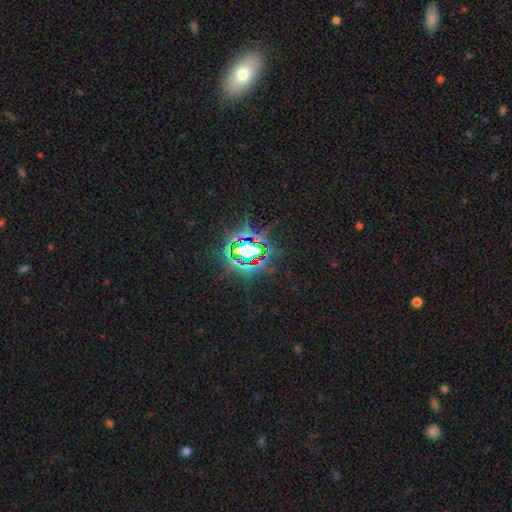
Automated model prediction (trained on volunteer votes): Overall: star or artifact (80%).